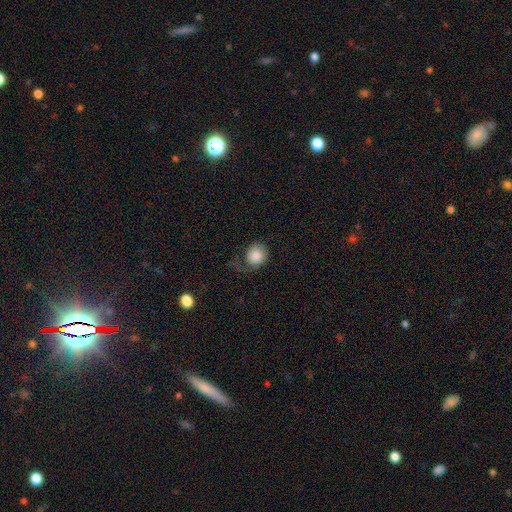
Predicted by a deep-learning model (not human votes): smooth_or_featured: smooth (p=0.84) [alt: featured or disk p=0.08]
how_rounded: round (p=0.78) [alt: in between p=0.21]
merging: none (p=0.47) [alt: minor disturbance p=0.26]